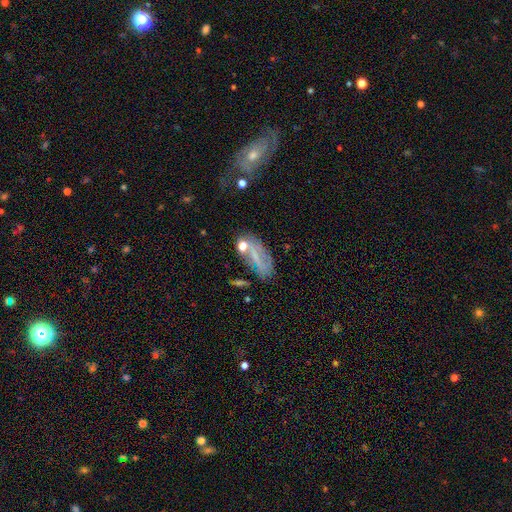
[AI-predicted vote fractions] Smooth or featured: smooth — 45% (featured or disk — 41%)
Merging: none — 55% (minor disturbance — 23%)